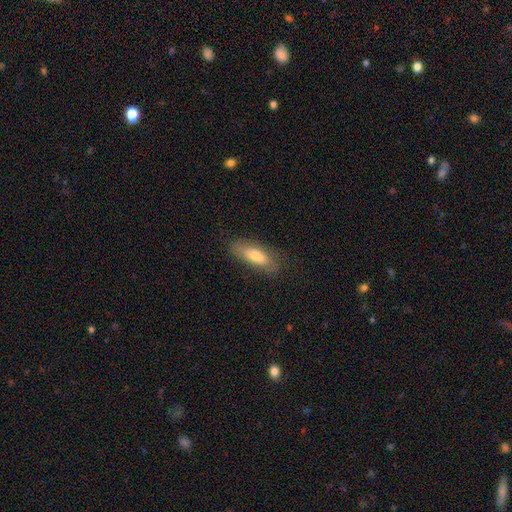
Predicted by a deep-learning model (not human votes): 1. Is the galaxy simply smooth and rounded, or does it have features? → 71% smooth, 22% featured or disk, 7% star or artifact.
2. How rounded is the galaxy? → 59% in between, 39% cigar-shaped, 2% round.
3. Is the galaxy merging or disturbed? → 76% none, 17% minor disturbance, 5% major disturbance, 1% merger.